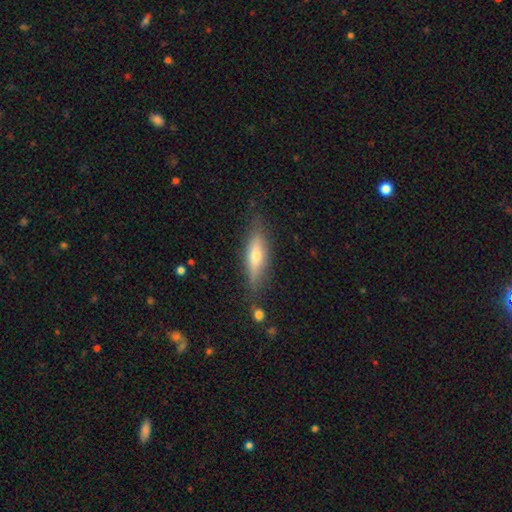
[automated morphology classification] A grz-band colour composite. It shows a smooth galaxy with no disk features (50%) that is cigar-shaped (64%). Merging: none (77%).